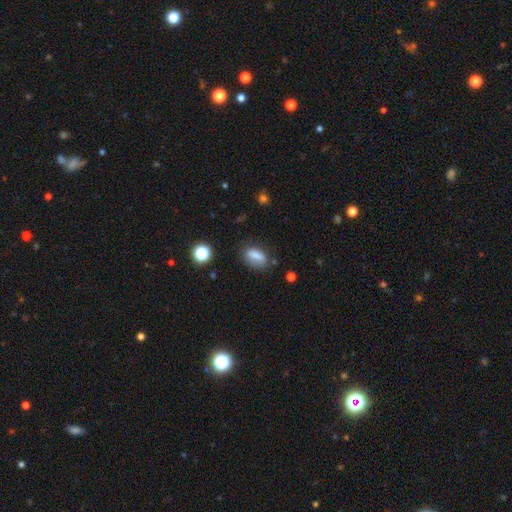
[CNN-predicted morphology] A smooth galaxy with no disk features (76%) that is in between round and cigar-shaped (75%). Merging: none (66%).